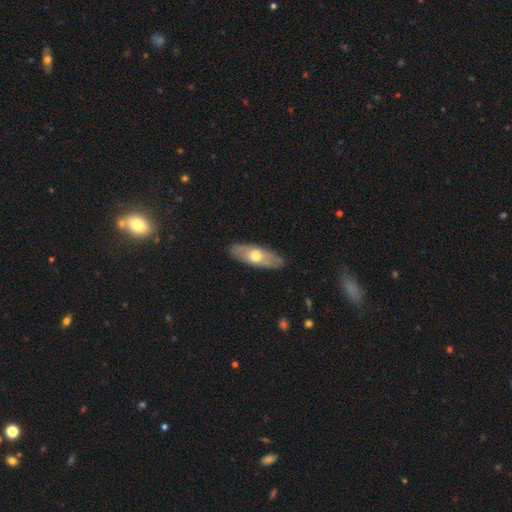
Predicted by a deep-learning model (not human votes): This is possibly a smooth galaxy (55%). How rounded: likely in between (72%). Merging: clearly none (85%).